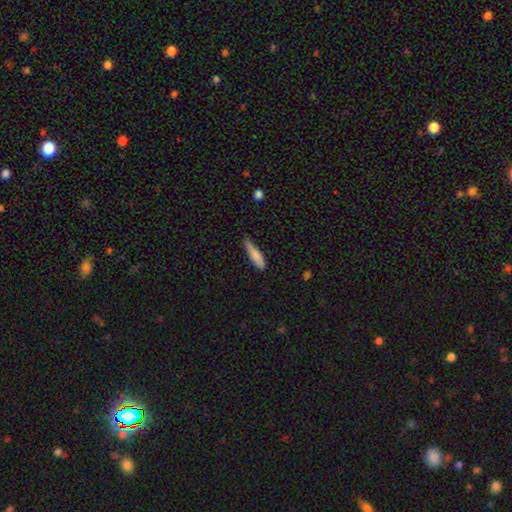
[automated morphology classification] A smooth galaxy with no disk features (80%) that is cigar-shaped (74%).

Vote fractions:
- Smooth or featured? smooth: 80% / featured or disk: 14% / star or artifact: 6%
- How rounded? cigar-shaped: 74% / in between: 24% / round: 2%
- Merging? none: 62% / minor disturbance: 31% / major disturbance: 5% / merger: 2%